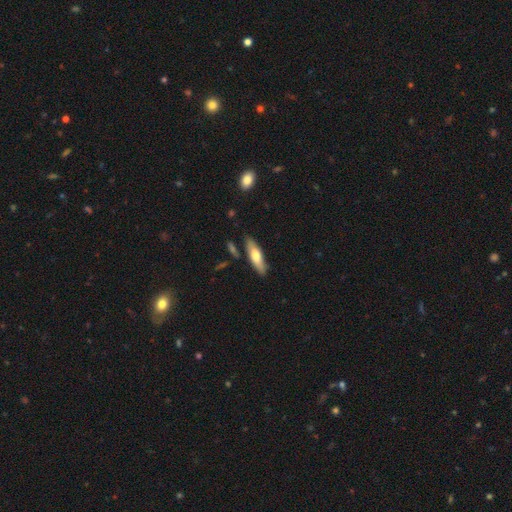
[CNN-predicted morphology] This is likely a smooth galaxy (61%). How rounded: possibly cigar-shaped (57%). Merging: clearly none (82%).